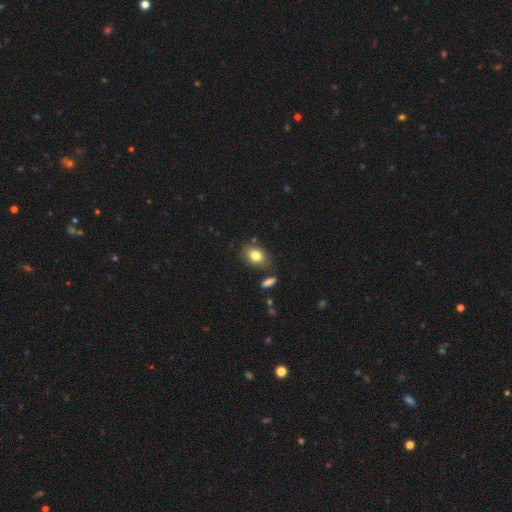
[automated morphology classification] Smooth or featured? Predicted: smooth (p=0.81). How rounded? Predicted: in between (p=0.71). Merging? Predicted: none (p=0.77).